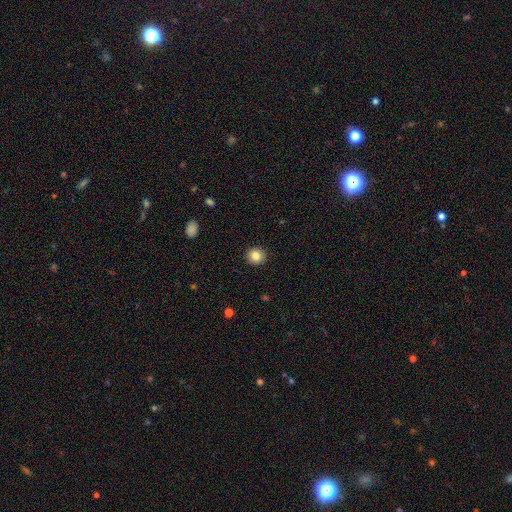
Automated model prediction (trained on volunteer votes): This is clearly a smooth galaxy (84%). How rounded: clearly round (88%). Merging: clearly none (91%).